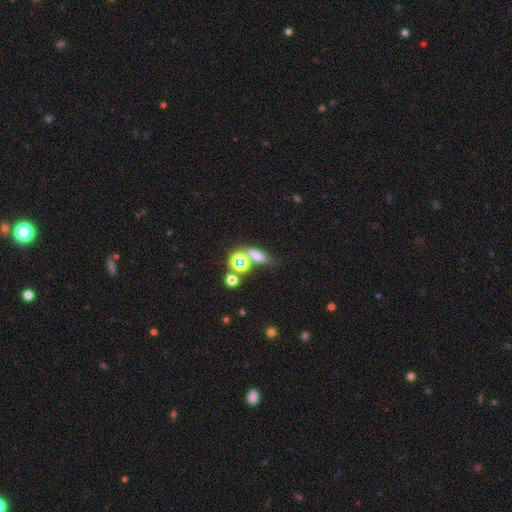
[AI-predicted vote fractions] Smooth or featured: smooth — 59% (star or artifact — 29%)
How rounded: in between — 59% (round — 24%)
Merging: none — 53% (merger — 26%)